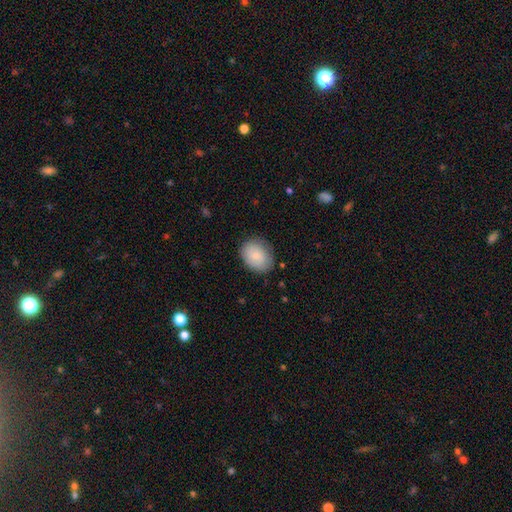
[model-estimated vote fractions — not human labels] A smooth galaxy with no disk features (78%) that is in between round and cigar-shaped (53%).

Vote fractions:
- Smooth or featured? smooth: 78% / featured or disk: 15% / star or artifact: 6%
- How rounded? in between: 53% / round: 46% / cigar-shaped: 1%
- Merging? none: 78% / minor disturbance: 17% / major disturbance: 4% / merger: 1%